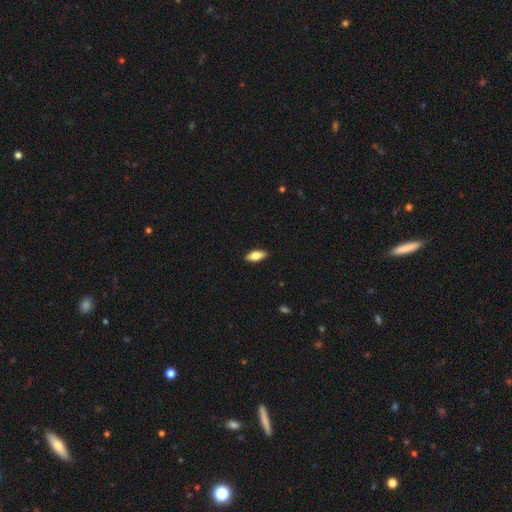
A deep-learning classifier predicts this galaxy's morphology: This is likely a smooth galaxy (75%). How rounded: clearly in between (81%). Merging: clearly none (89%).